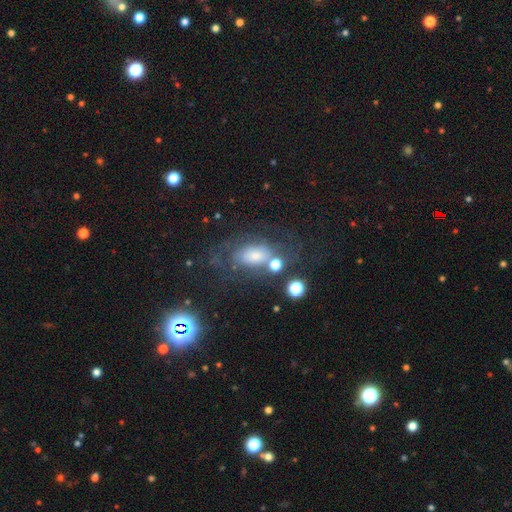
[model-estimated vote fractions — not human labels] Smooth or featured? featured or disk (46%)
Merging? none (54%)